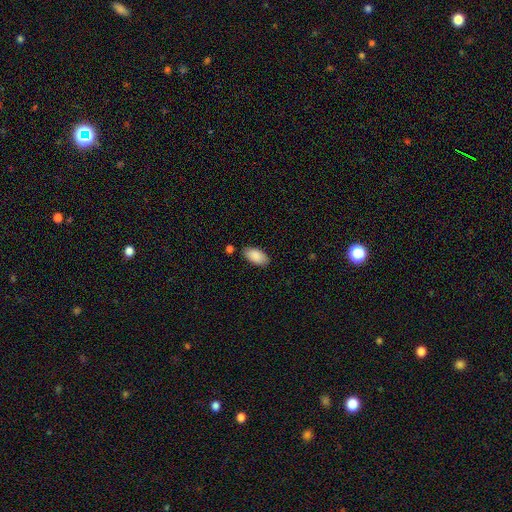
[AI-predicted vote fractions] Q: Smooth or featured?
A: smooth (89%); runner-up: star or artifact (6%)
Q: How rounded?
A: in between (94%); runner-up: cigar-shaped (4%)
Q: Merging?
A: none (80%); runner-up: minor disturbance (14%)